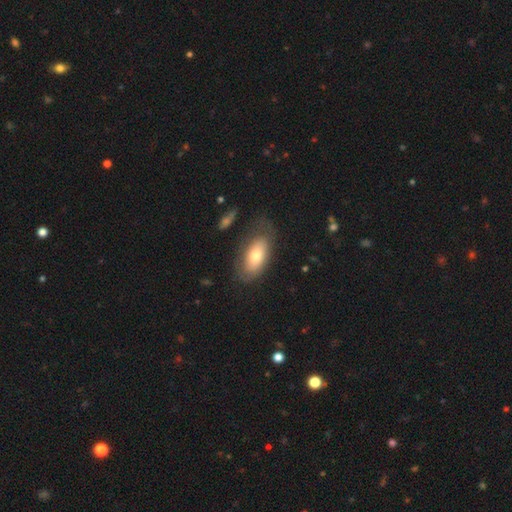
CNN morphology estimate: Smooth or featured: smooth — 63% (featured or disk — 30%)
How rounded: in between — 90% (cigar-shaped — 7%)
Merging: none — 60% (minor disturbance — 23%)